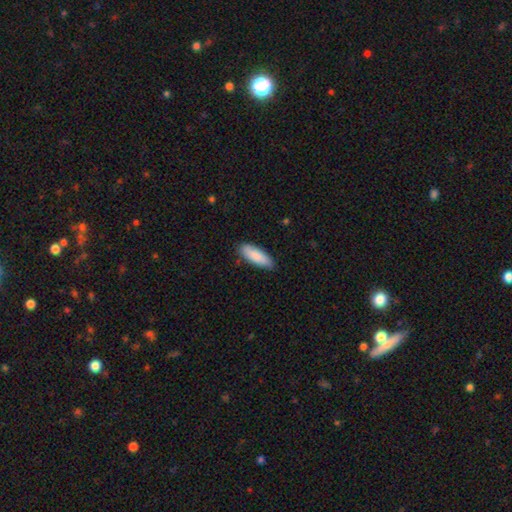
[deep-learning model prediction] This is clearly a smooth galaxy (86%). How rounded: likely in between (66%). Merging: clearly none (85%).